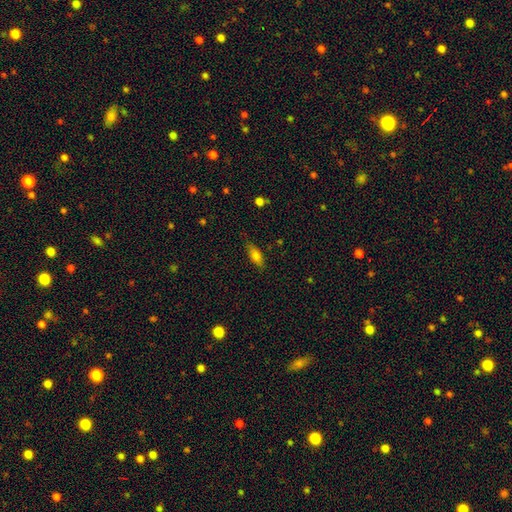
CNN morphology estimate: A smooth galaxy with no disk features (75%) that is in between round and cigar-shaped (72%). Merging: none (79%).